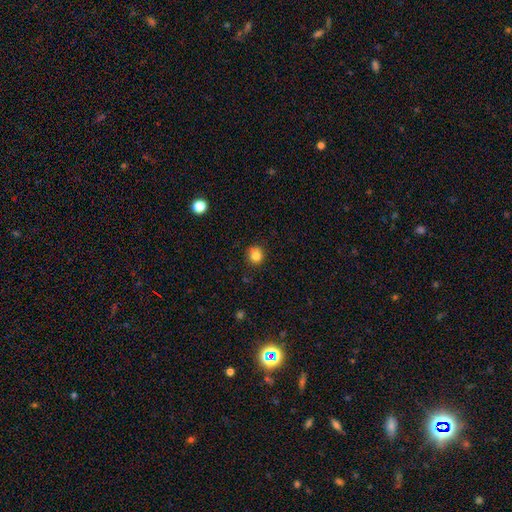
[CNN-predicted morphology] smooth_or_featured: smooth (p=0.83) [alt: star or artifact p=0.11]
how_rounded: round (p=0.87) [alt: in between p=0.12]
merging: none (p=0.83) [alt: minor disturbance p=0.13]